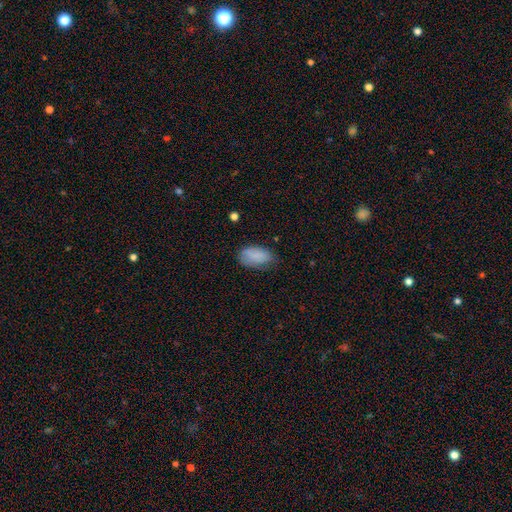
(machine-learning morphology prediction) Smooth or featured?
  - smooth: 83% *
  - featured or disk: 10%
  - star or artifact: 7%
How rounded?
  - in between: 93% *
  - round: 4%
  - cigar-shaped: 2%
Merging?
  - none: 60% *
  - minor disturbance: 30%
  - major disturbance: 8%
  - merger: 2%